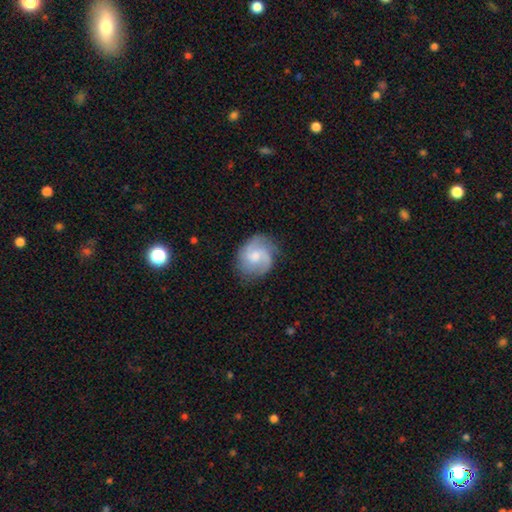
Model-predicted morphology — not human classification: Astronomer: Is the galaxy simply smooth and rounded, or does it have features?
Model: featured or disk — 63%.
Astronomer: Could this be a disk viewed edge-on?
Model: no — 98%.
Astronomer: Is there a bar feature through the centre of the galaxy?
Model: no — 57% (runner-up: weak, 38%).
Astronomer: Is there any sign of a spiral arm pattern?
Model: yes — 92%.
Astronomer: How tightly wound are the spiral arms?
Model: medium — 47% (runner-up: tight, 28%).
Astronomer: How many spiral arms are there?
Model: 2 — 54%.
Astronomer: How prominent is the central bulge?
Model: moderate — 52% (runner-up: small, 31%).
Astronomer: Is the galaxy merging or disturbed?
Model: none — 67%.